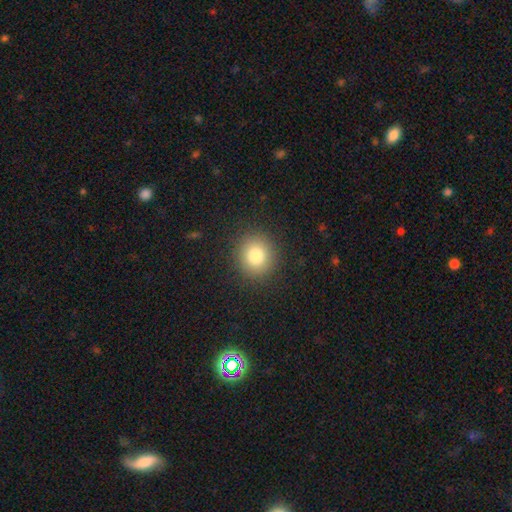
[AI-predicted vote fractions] A smooth galaxy with no disk features (81%) that is round (88%). Merging: none (90%).